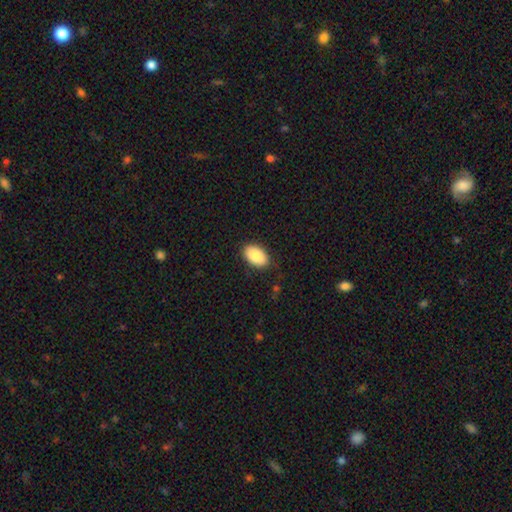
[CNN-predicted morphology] Smooth or featured? smooth (88%)
How rounded? in between (93%)
Merging? none (86%)